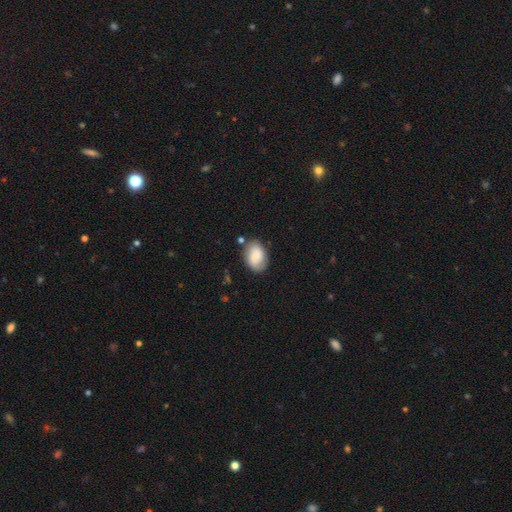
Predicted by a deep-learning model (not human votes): Overall: smooth (67%). How rounded: in between (84%). Merging: none (72%).